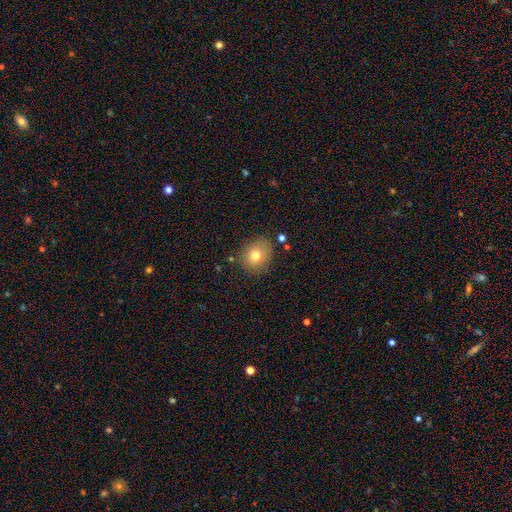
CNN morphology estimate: Overall: smooth (75%). How rounded: round (72%). Merging: none (81%).